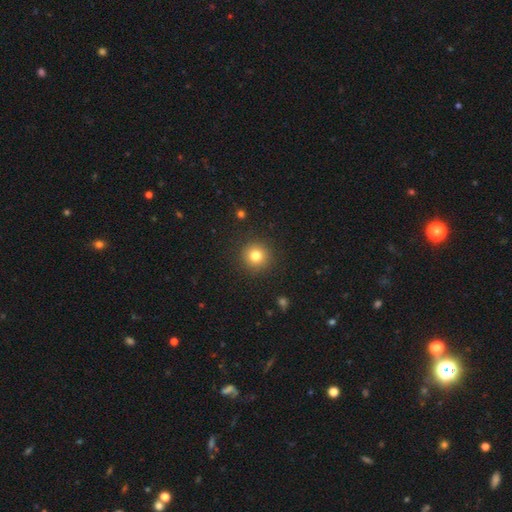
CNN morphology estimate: Overall: smooth (80%). How rounded: round (95%). Merging: none (91%).